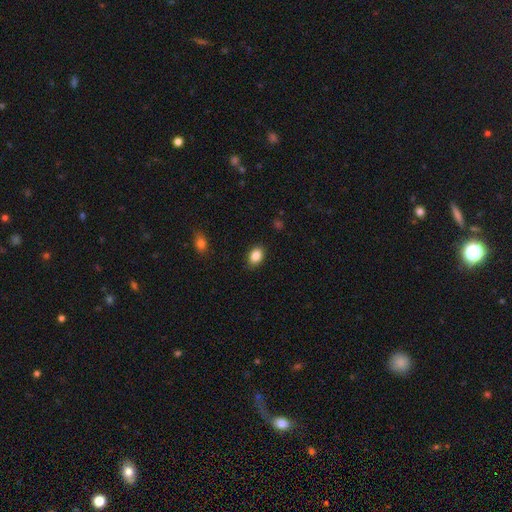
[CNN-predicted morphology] Q: Smooth or featured?
A: smooth (87%); runner-up: star or artifact (8%)
Q: How rounded?
A: in between (79%); runner-up: round (20%)
Q: Merging?
A: none (87%); runner-up: minor disturbance (9%)